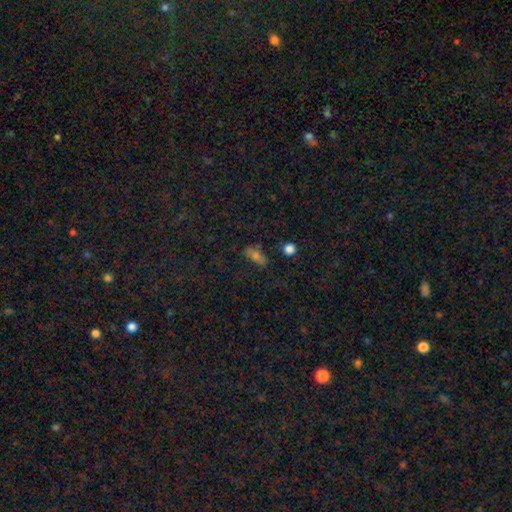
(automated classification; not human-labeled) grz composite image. It shows a smooth galaxy with no disk features (65%) that is in between round and cigar-shaped (73%). Merging: none (73%).